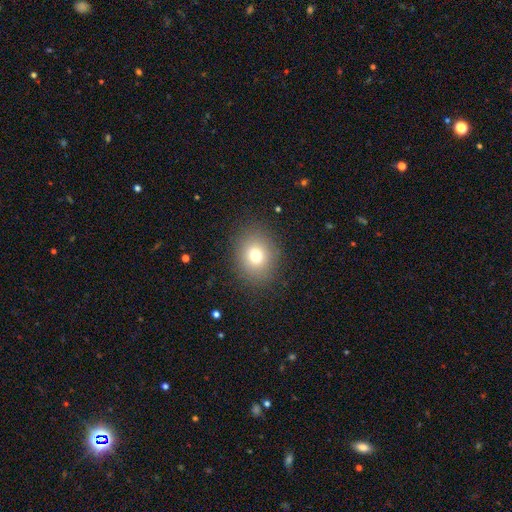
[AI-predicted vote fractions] smooth_or_featured: smooth (p=0.75) [alt: star or artifact p=0.14]
how_rounded: round (p=0.67) [alt: in between p=0.32]
merging: none (p=0.87) [alt: minor disturbance p=0.08]